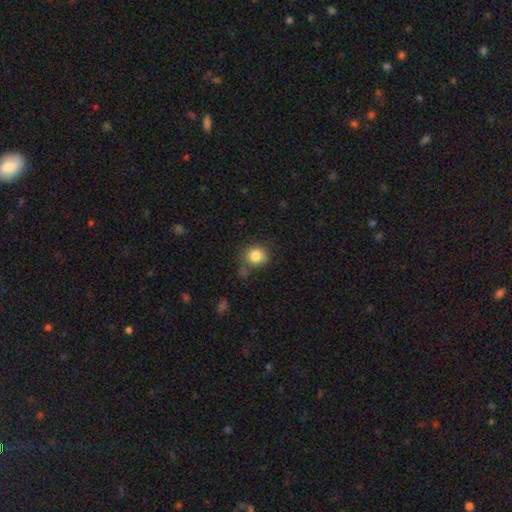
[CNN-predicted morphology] Smooth or featured: smooth — 84% (star or artifact — 10%)
How rounded: round — 82% (in between — 18%)
Merging: none — 68% (minor disturbance — 19%)